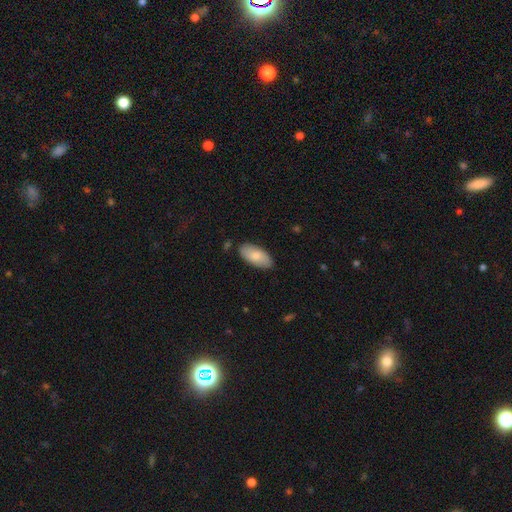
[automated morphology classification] This is likely a smooth galaxy (78%). How rounded: clearly in between (94%). Merging: clearly none (84%).